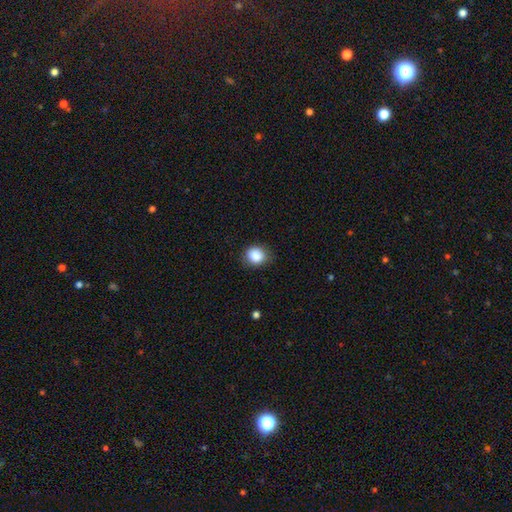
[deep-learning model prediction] Smooth or featured? Predicted: smooth (p=0.88). How rounded? Predicted: round (p=0.74). Merging? Predicted: none (p=0.81).